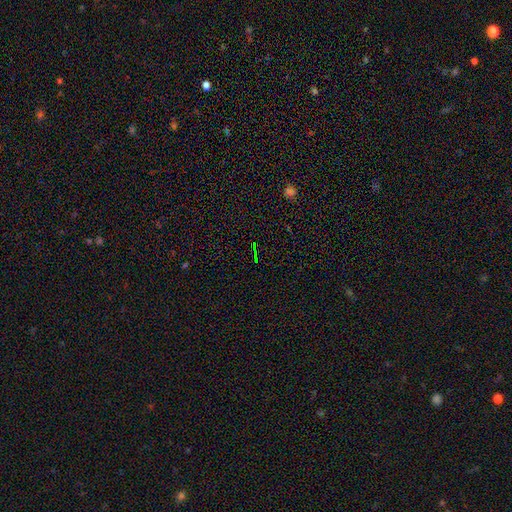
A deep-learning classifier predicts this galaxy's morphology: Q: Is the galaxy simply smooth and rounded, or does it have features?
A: star or artifact — 75%.